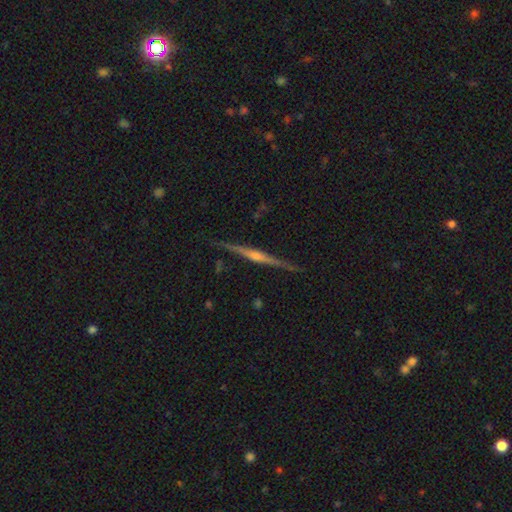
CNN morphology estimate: smooth_or_featured: featured or disk (p=0.86) [alt: smooth p=0.08]
disk_edge_on: yes (p=0.99) [alt: no p=0.01]
edge_on_bulge: rounded (p=0.84) [alt: none p=0.08]
merging: none (p=0.91) [alt: minor disturbance p=0.07]